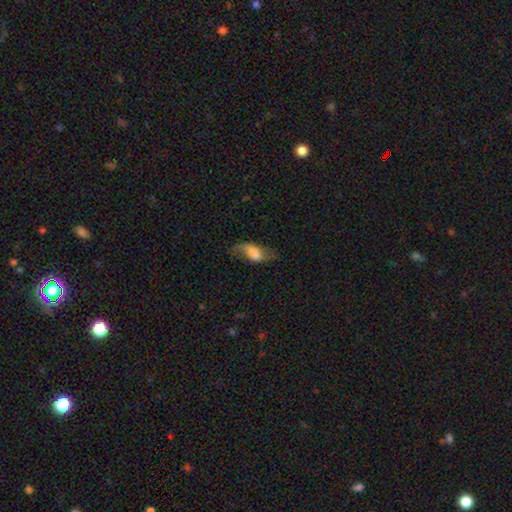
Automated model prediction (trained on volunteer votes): Morphology: type=smooth (46%); merging=none (50%).